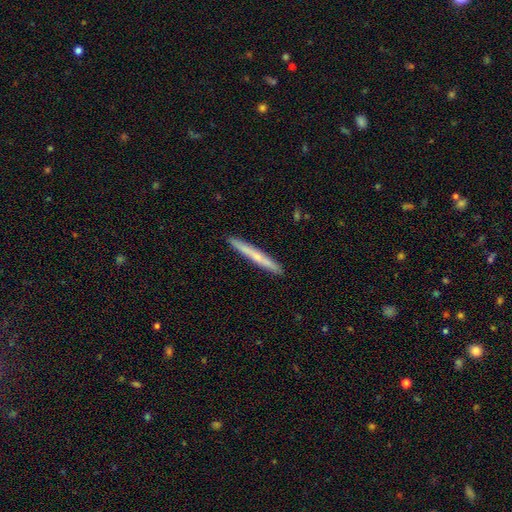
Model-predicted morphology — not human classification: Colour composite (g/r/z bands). It shows a smooth galaxy with no disk features (53%) that is cigar-shaped (97%). Merging: none (92%).